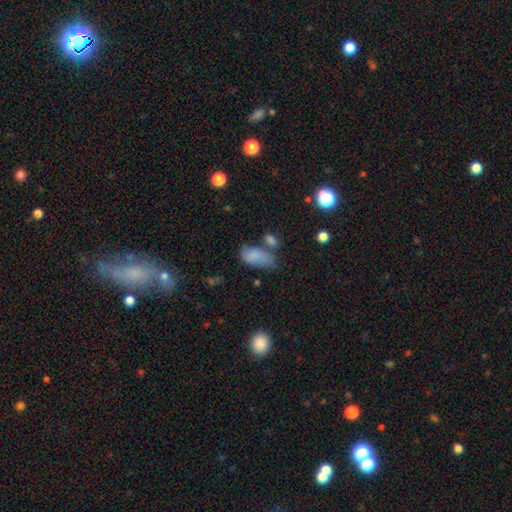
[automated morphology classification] Smooth or featured? smooth (78%)
How rounded? in between (92%)
Merging? none (41%)